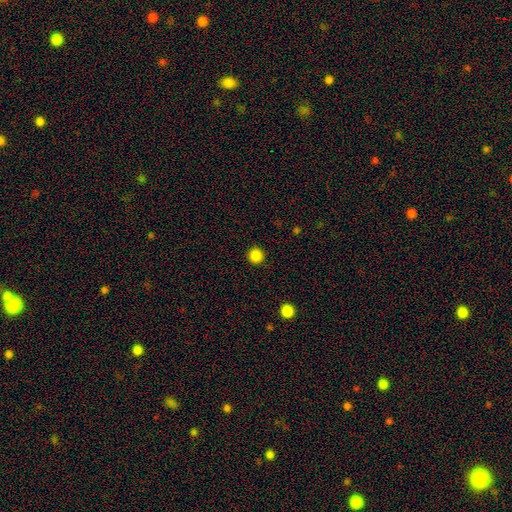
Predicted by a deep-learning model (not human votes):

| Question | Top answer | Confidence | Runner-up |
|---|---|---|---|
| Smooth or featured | smooth | 86% | star or artifact (11%) |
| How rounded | round | 94% | in between (5%) |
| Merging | none | 92% | minor disturbance (5%) |